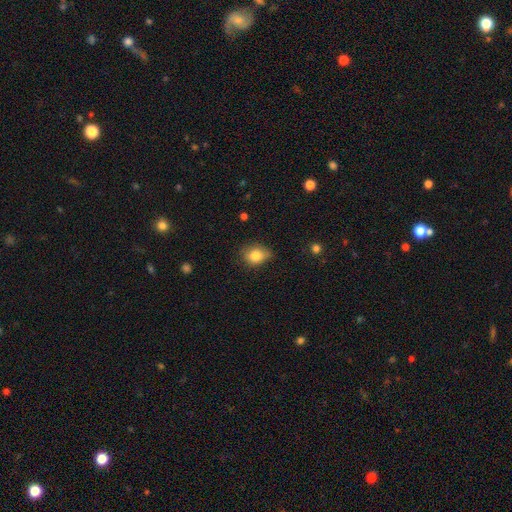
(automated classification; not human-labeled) Smooth or featured? Predicted: smooth (p=0.83). How rounded? Predicted: in between (p=0.51). Merging? Predicted: none (p=0.62).